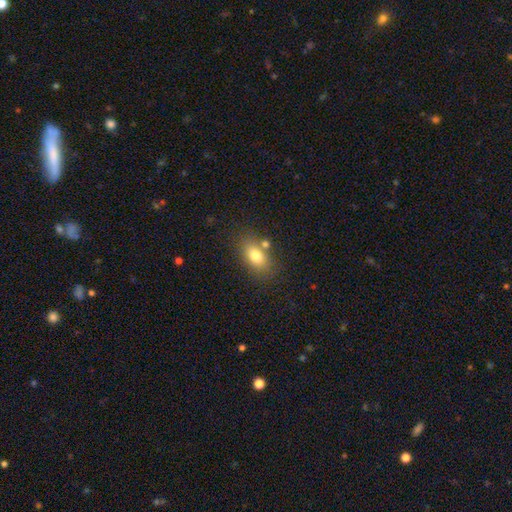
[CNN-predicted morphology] A smooth galaxy with no disk features (78%) that is in between round and cigar-shaped (83%).

Vote fractions:
- Smooth or featured? smooth: 78% / featured or disk: 12% / star or artifact: 10%
- How rounded? in between: 83% / round: 14% / cigar-shaped: 3%
- Merging? none: 71% / minor disturbance: 13% / merger: 12% / major disturbance: 4%